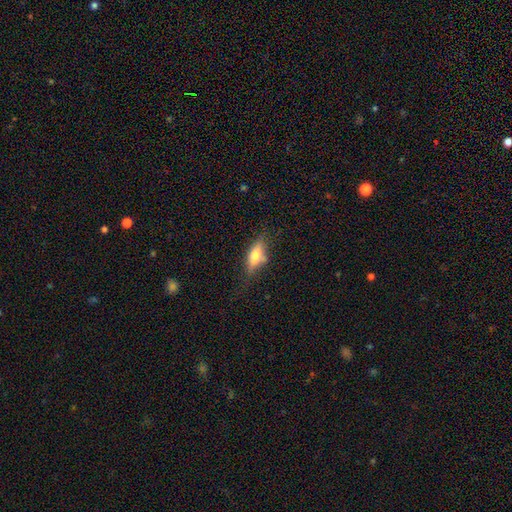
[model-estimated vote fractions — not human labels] Smooth or featured: smooth — 59% (featured or disk — 32%)
How rounded: in between — 65% (cigar-shaped — 31%)
Merging: none — 68% (minor disturbance — 21%)